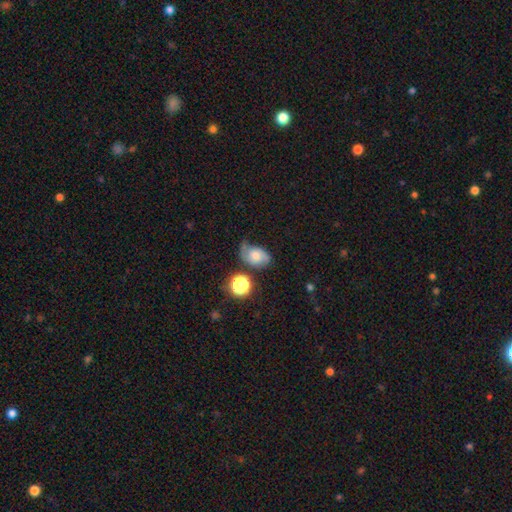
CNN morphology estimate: Smooth or featured: featured or disk — 48% (smooth — 38%)
Merging: none — 51% (minor disturbance — 28%)